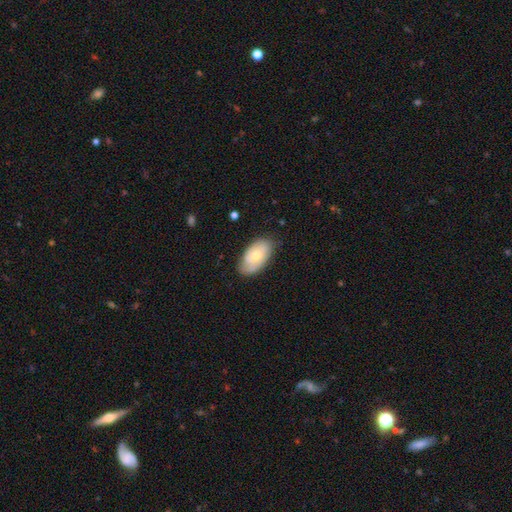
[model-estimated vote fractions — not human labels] Smooth or featured? Predicted: smooth (p=0.48). Merging? Predicted: none (p=0.73).